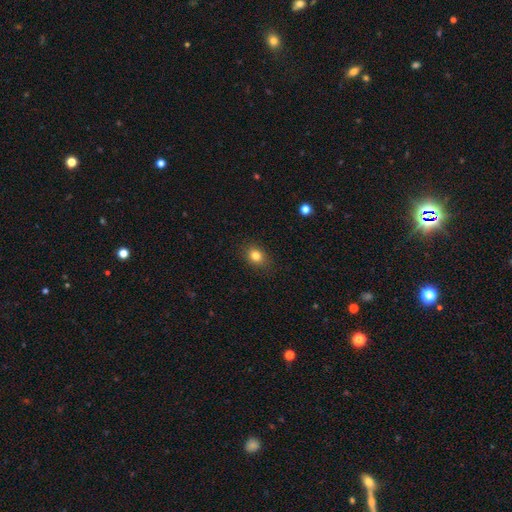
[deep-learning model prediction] A smooth galaxy with no disk features (81%) that is in between round and cigar-shaped (58%). Merging: none (85%).